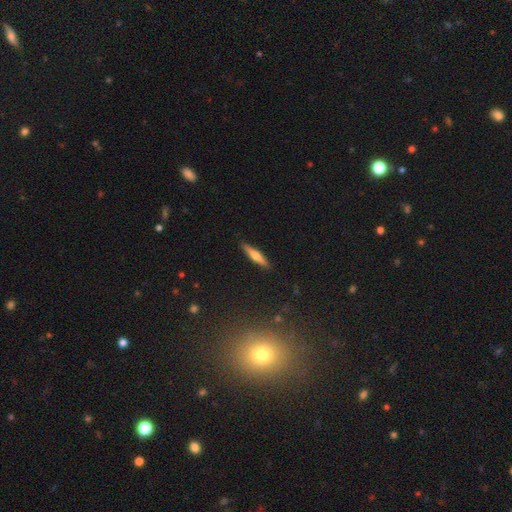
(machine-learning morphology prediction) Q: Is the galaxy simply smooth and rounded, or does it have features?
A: smooth — 47%, tied with featured or disk.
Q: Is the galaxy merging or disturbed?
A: none — 90%.